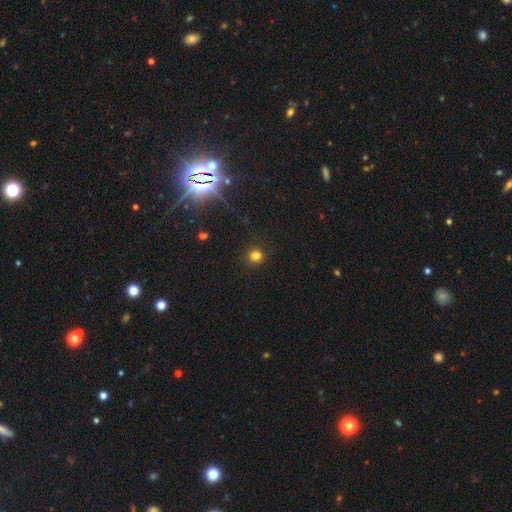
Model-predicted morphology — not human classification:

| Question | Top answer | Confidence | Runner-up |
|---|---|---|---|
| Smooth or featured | smooth | 78% | star or artifact (17%) |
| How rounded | round | 91% | in between (8%) |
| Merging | none | 90% | minor disturbance (7%) |